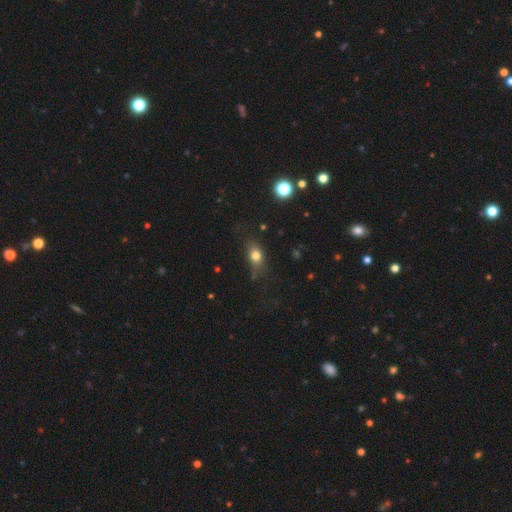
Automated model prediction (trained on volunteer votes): Morphology: type=smooth (74%); roundness=in between (65%); merging=none (62%).